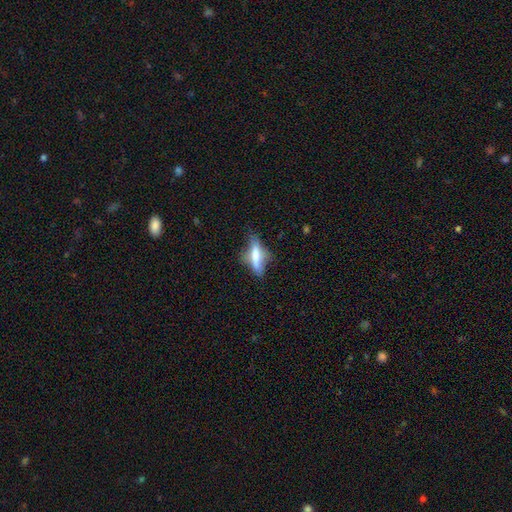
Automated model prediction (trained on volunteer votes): The model was most divided on "smooth or featured": smooth: 57%, featured or disk: 35%, star or artifact: 8%. More confident: how rounded — cigar-shaped (61%); merging — none (56%).